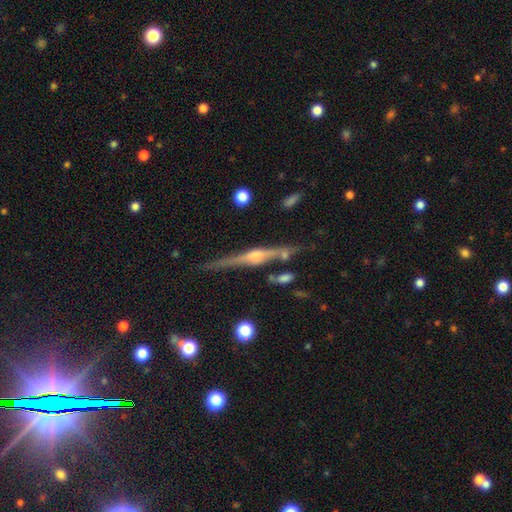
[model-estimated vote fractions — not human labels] This appears to be a featured or disk galaxy (84%) viewed edge-on (98%) with a rounded central bulge (82%). Merging: none (80%).